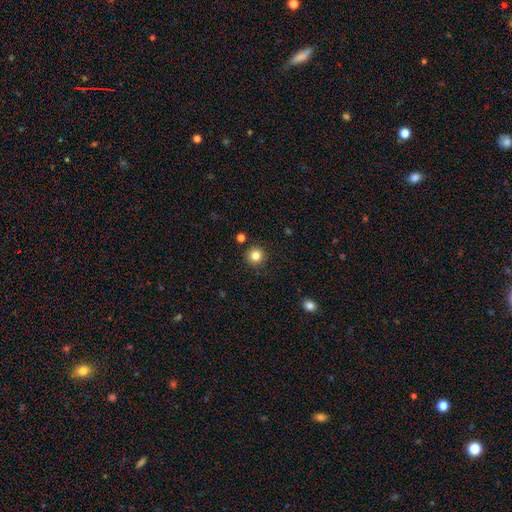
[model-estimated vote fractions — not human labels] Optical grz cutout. It shows a smooth galaxy with no disk features (83%) that is round (94%). Merging: none (90%).